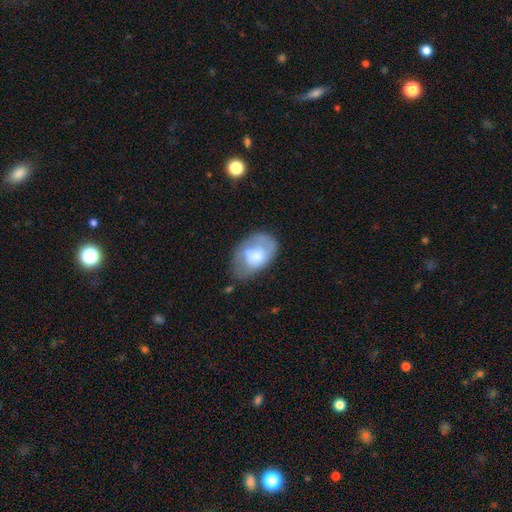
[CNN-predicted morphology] This appears to be a smooth galaxy with no disk features (59%) that is in between round and cigar-shaped (88%). Merging: none (48%).